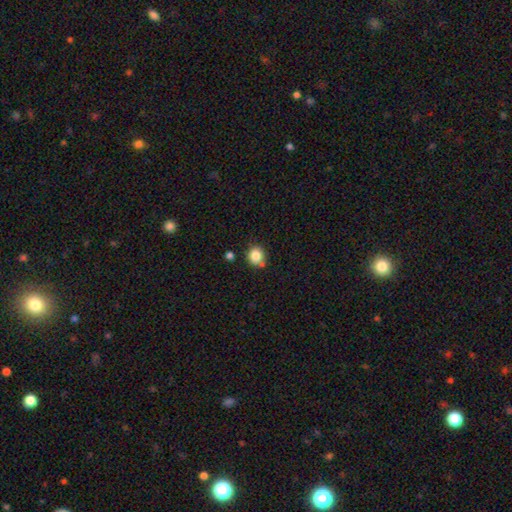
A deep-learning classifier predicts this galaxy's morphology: The model was most divided on "merging": none: 71%, minor disturbance: 14%, merger: 12%, major disturbance: 4%. More confident: how rounded — round (86%); smooth or featured — smooth (84%).